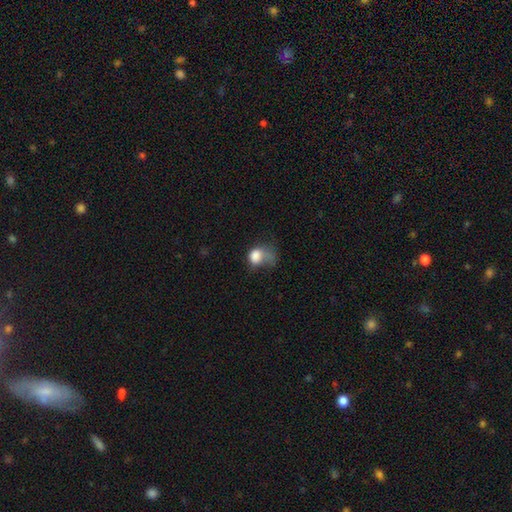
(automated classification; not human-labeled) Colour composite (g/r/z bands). It shows a smooth galaxy with no disk features (76%) that is in between round and cigar-shaped (55%). Merging: major disturbance (51%).